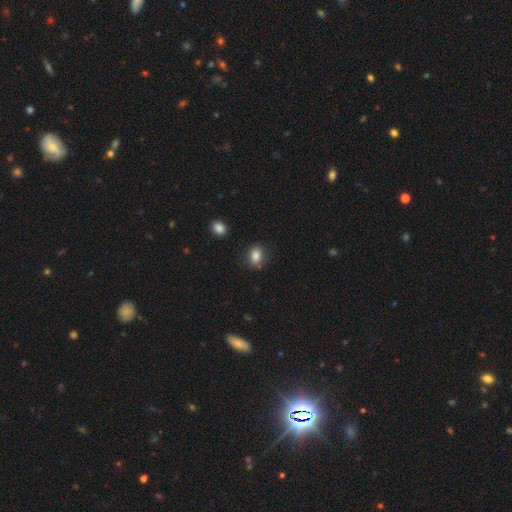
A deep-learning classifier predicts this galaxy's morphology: type=smooth (86%); roundness=in between (72%); merging=none (78%).